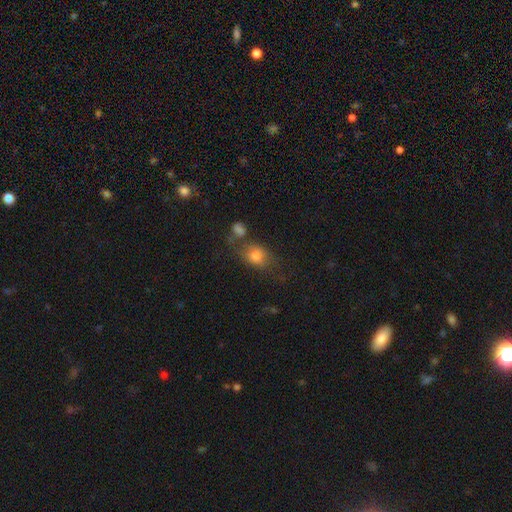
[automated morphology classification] This appears to be a smooth galaxy with no disk features (73%) that is in between round and cigar-shaped (62%). Merging: none (47%).